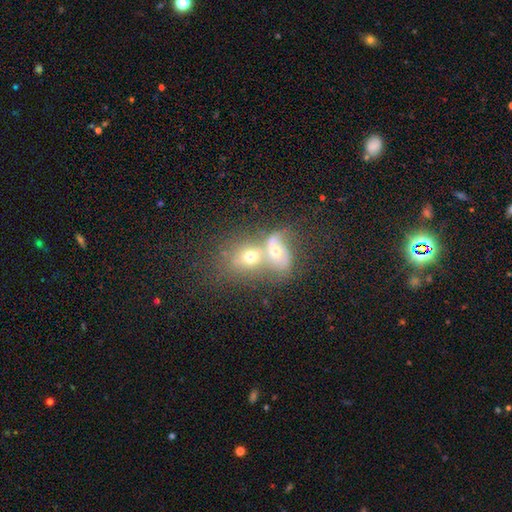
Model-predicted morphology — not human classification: Q: Smooth or featured?
A: smooth (47%); runner-up: featured or disk (38%)
Q: Merging?
A: merger (77%); runner-up: none (13%)